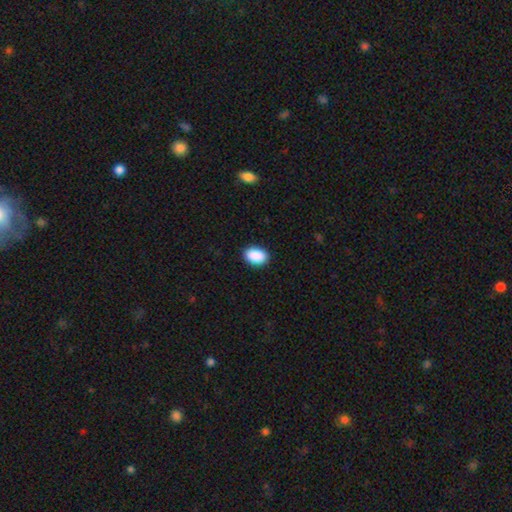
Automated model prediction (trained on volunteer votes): Smooth or featured? smooth (91%)
How rounded? in between (88%)
Merging? none (90%)